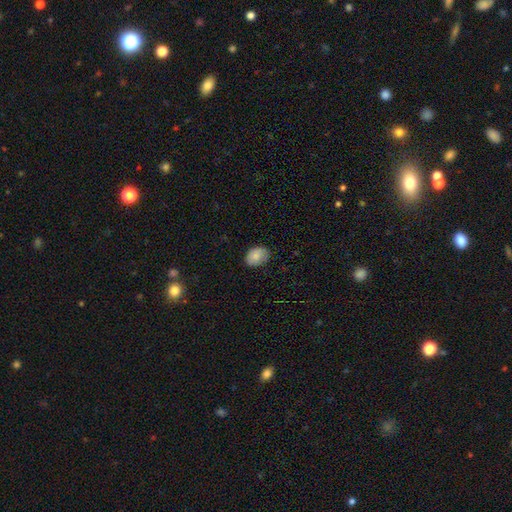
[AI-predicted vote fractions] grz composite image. It shows a smooth galaxy with no disk features (86%) that is in between round and cigar-shaped (77%). Merging: none (79%).